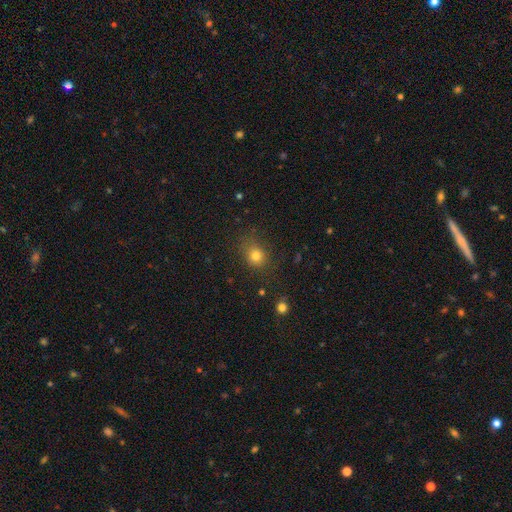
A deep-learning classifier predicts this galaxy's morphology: Smooth or featured: smooth — 78% (star or artifact — 15%)
How rounded: round — 72% (in between — 27%)
Merging: none — 76% (minor disturbance — 16%)